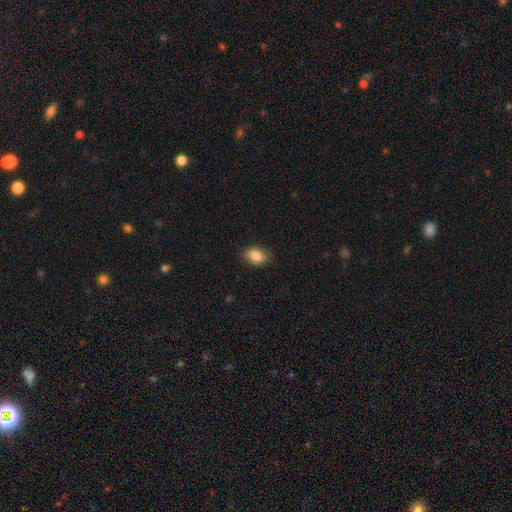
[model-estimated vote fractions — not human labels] A smooth galaxy with no disk features (86%) that is in between round and cigar-shaped (84%). Merging: none (86%).